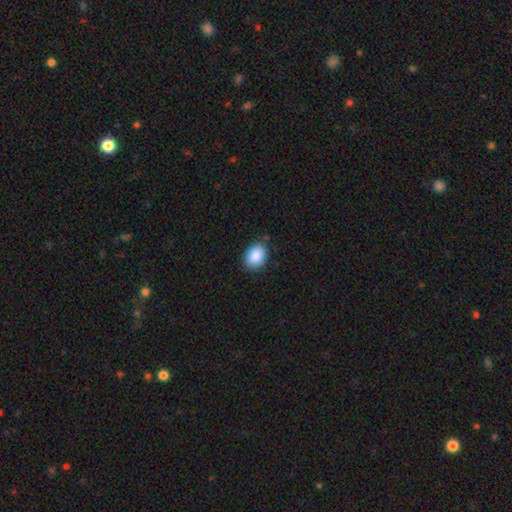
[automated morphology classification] Smooth or featured?
  - smooth: 88% *
  - star or artifact: 8%
  - featured or disk: 4%
How rounded?
  - in between: 69% *
  - round: 30%
  - cigar-shaped: 1%
Merging?
  - none: 82% *
  - minor disturbance: 14%
  - major disturbance: 3%
  - merger: 2%